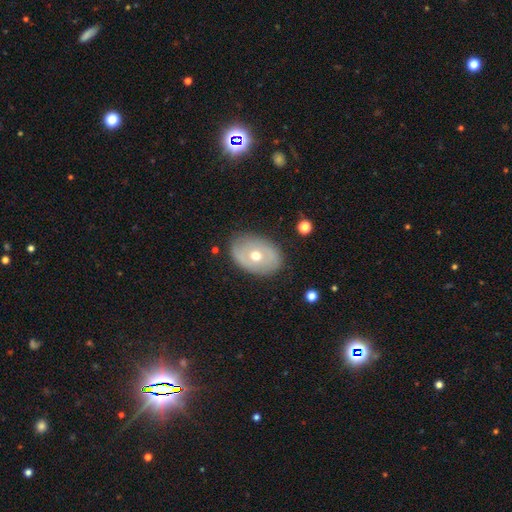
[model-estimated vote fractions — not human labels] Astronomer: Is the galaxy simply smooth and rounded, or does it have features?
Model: featured or disk — 50% (runner-up: smooth, 42%).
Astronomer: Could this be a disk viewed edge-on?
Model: no — 91%.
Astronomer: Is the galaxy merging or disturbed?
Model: none — 81%.